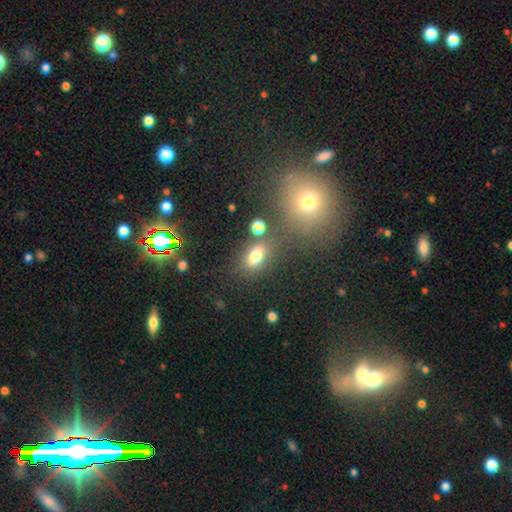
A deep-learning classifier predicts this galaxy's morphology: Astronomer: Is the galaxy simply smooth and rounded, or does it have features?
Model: smooth — 74%.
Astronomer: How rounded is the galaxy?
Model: in between — 77%.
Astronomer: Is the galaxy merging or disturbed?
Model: none — 68%.